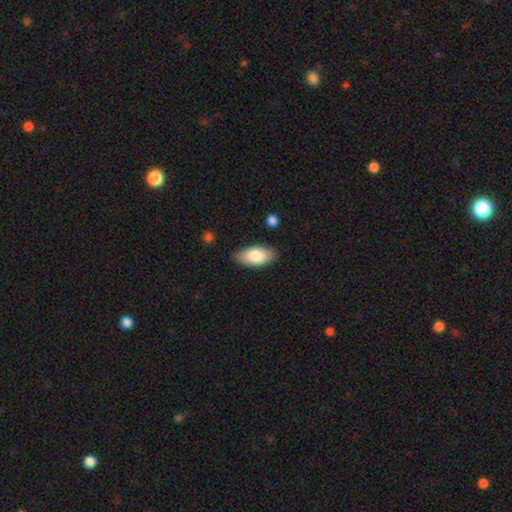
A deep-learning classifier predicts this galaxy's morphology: smooth 81%, featured or disk 13%, star or artifact 6%. Down the decision tree: how rounded — in between (91%); merging — none (83%).